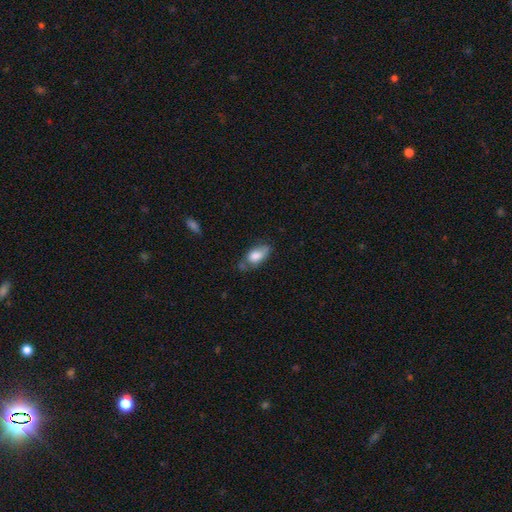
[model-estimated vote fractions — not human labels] Smooth or featured? smooth (74%)
How rounded? in between (88%)
Merging? none (51%)